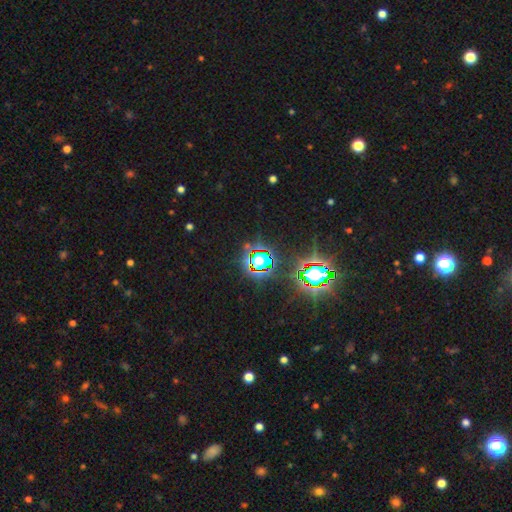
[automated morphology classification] Smooth or featured: star or artifact — 80% (smooth — 12%)